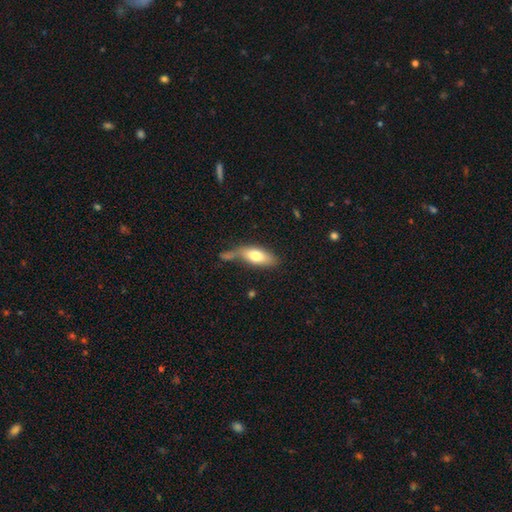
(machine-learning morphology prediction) Overall: smooth (72%). How rounded: in between (78%). Merging: none (43%; merger 22%).